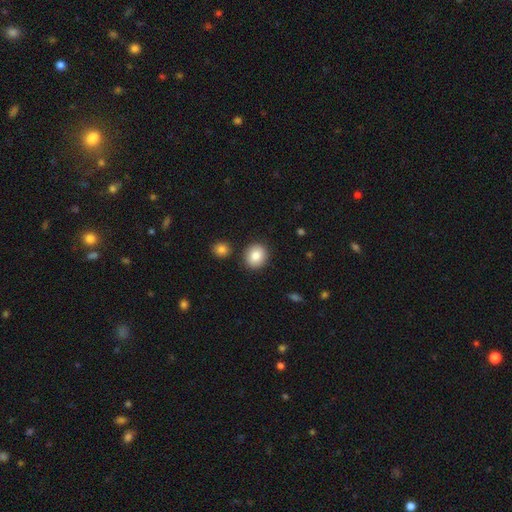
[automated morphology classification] smooth_or_featured: smooth (p=0.85) [alt: star or artifact p=0.08]
how_rounded: round (p=0.76) [alt: in between p=0.24]
merging: none (p=0.87) [alt: minor disturbance p=0.07]